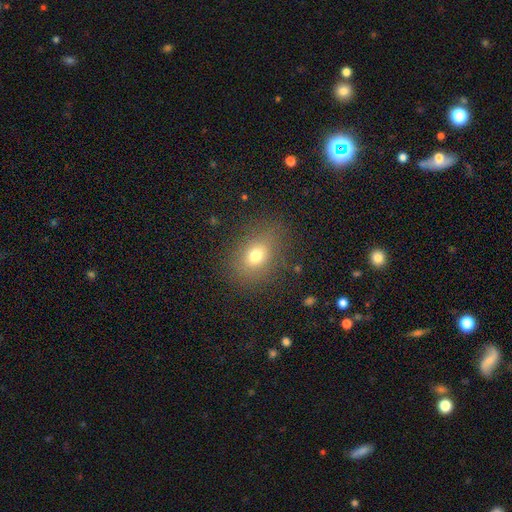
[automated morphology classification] This is likely a smooth galaxy (73%). How rounded: possibly in between (56%). Merging: likely none (80%).